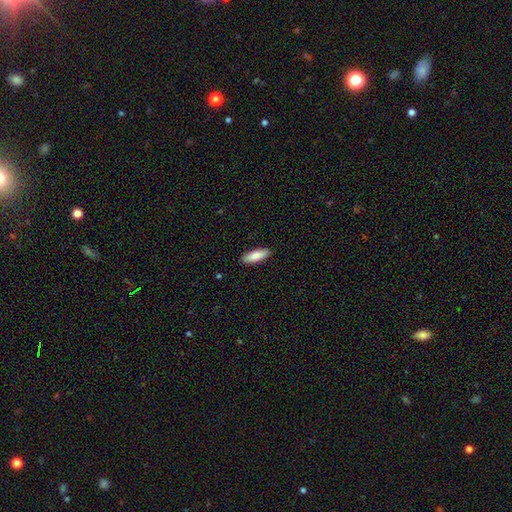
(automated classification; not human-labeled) Morphology: type=smooth (83%); roundness=in between (63%); merging=none (90%).